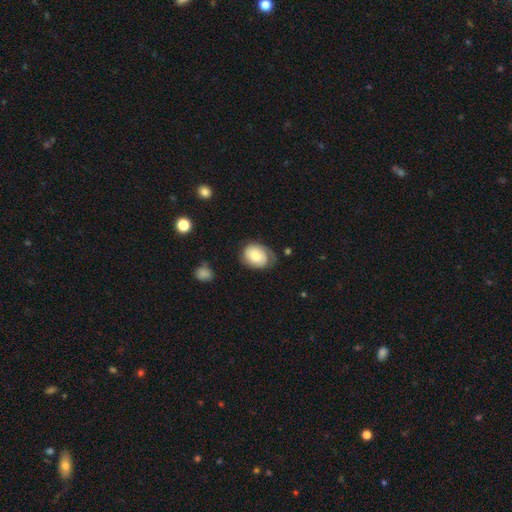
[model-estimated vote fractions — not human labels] Smooth or featured? Predicted: smooth (p=0.60). How rounded? Predicted: in between (p=0.61). Merging? Predicted: none (p=0.57).